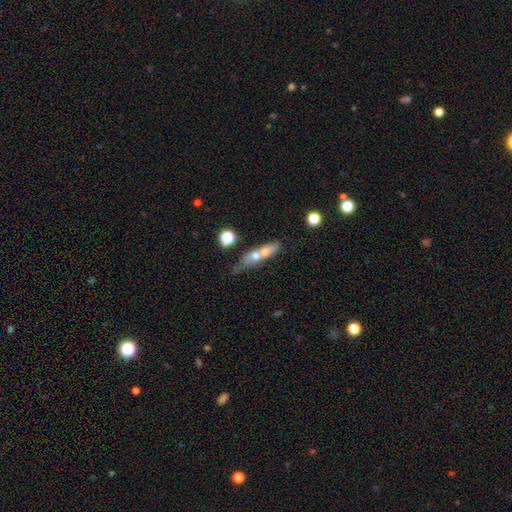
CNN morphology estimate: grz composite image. It shows a smooth galaxy with no disk features (48%). Merging: none (46%).